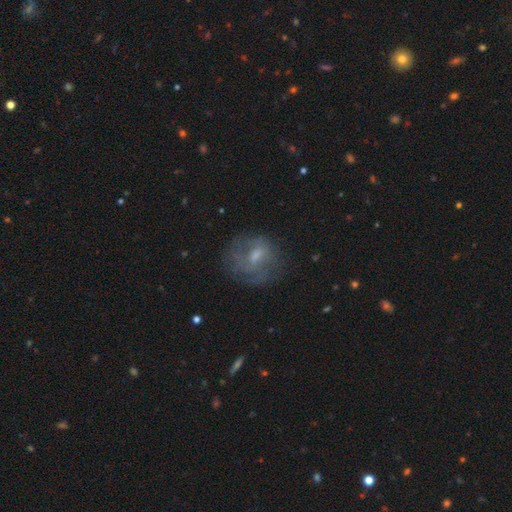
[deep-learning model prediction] A featured or disk galaxy (48%).

Vote fractions:
- Smooth or featured? featured or disk: 48% / smooth: 40% / star or artifact: 12%
- Merging? none: 64% / minor disturbance: 20% / major disturbance: 15% / merger: 2%